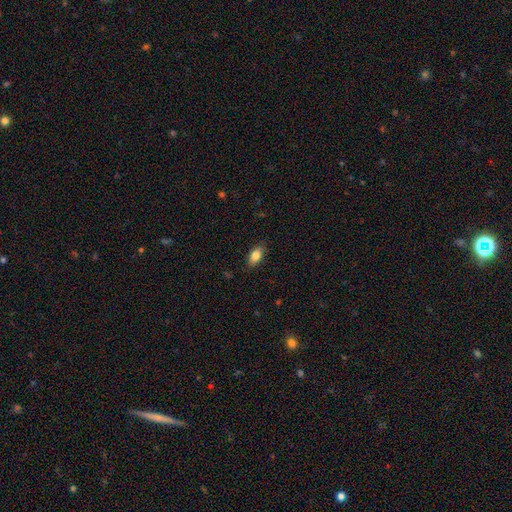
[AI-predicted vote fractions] Morphology: type=smooth (82%); roundness=in between (89%); merging=none (85%).